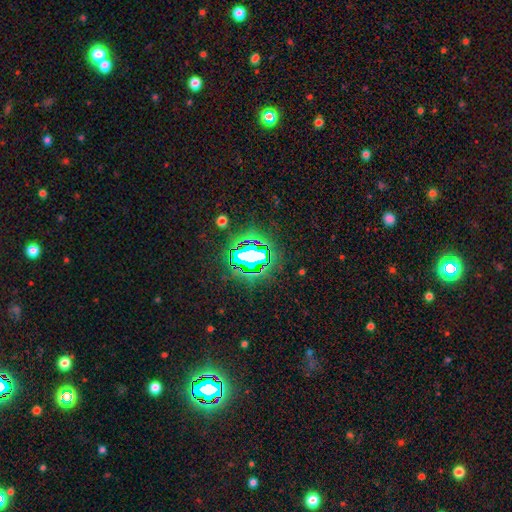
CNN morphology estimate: Q: Smooth or featured?
A: star or artifact (82%); runner-up: smooth (11%)